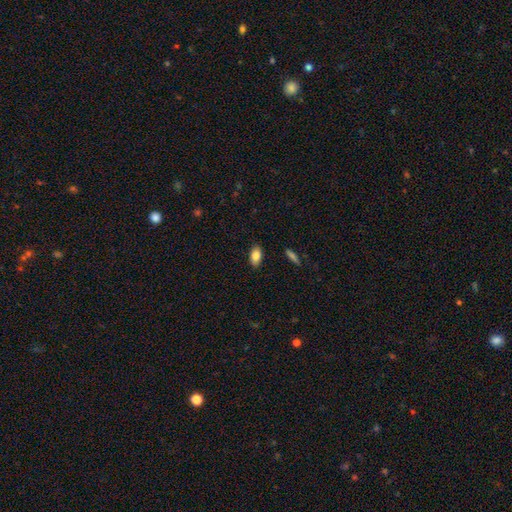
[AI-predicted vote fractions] smooth 84%, featured or disk 8%, star or artifact 8%. Down the decision tree: how rounded — in between (91%); merging — none (88%).